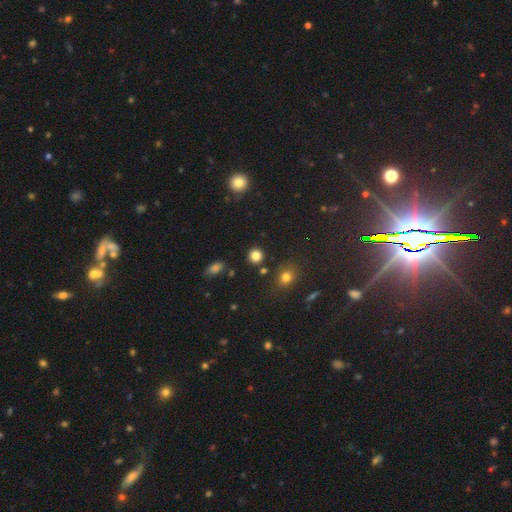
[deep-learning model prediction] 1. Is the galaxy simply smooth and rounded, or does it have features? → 83% smooth, 12% star or artifact, 4% featured or disk.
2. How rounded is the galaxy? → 90% round, 9% in between, 1% cigar-shaped.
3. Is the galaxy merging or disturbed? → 88% none, 7% minor disturbance, 3% merger, 2% major disturbance.